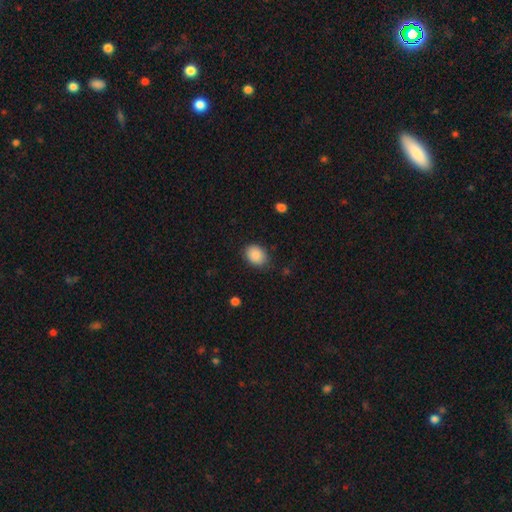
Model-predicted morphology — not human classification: smooth_or_featured: smooth (p=0.89) [alt: star or artifact p=0.07]
how_rounded: in between (p=0.68) [alt: round p=0.31]
merging: none (p=0.81) [alt: minor disturbance p=0.14]